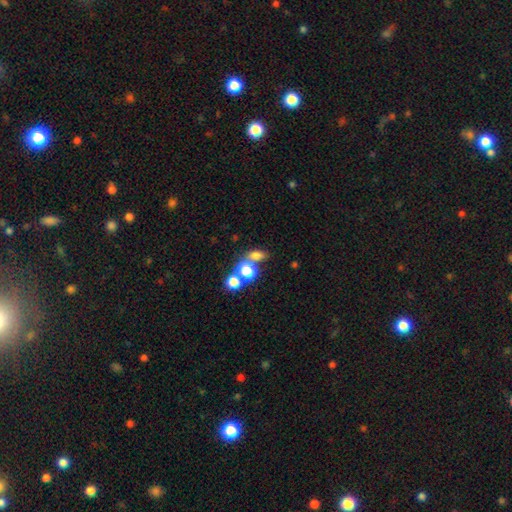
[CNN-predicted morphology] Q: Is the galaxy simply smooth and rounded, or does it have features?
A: smooth — 69%.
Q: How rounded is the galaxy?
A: in between — 61%.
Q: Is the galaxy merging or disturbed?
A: none — 50%.